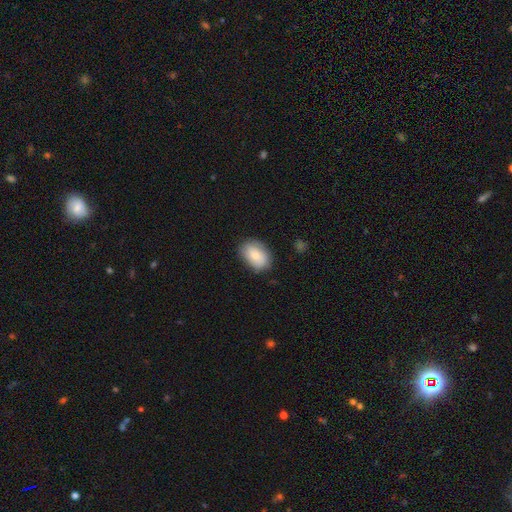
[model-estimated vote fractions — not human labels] Morphology: type=smooth (80%); roundness=in between (85%); merging=none (78%).